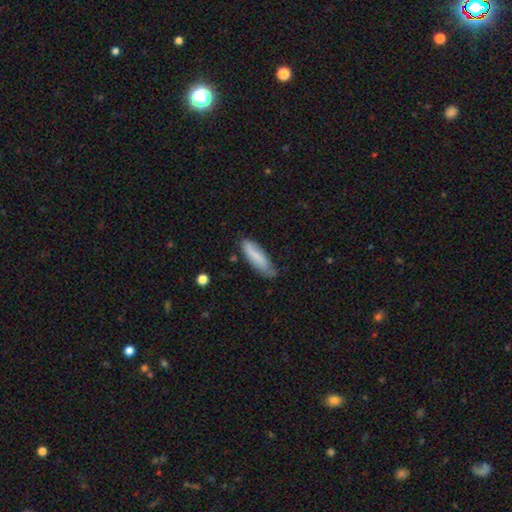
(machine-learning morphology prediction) Smooth or featured? Predicted: smooth (p=0.78). How rounded? Predicted: cigar-shaped (p=0.55). Merging? Predicted: none (p=0.63).